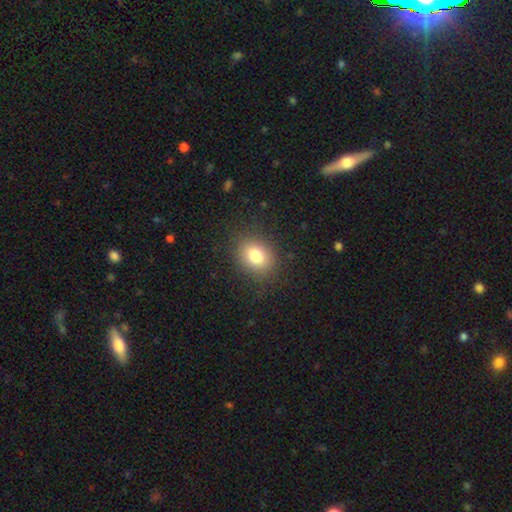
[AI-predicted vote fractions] The model was most divided on "how rounded": round: 51%, in between: 48%, cigar-shaped: 1%. More confident: merging — none (85%); smooth or featured — smooth (80%).